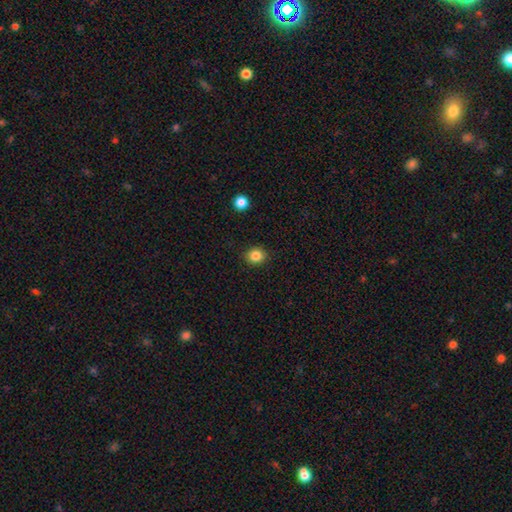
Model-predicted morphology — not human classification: Smooth or featured?
  - smooth: 84% *
  - star or artifact: 11%
  - featured or disk: 5%
How rounded?
  - round: 77% *
  - in between: 22%
  - cigar-shaped: 1%
Merging?
  - none: 90% *
  - minor disturbance: 7%
  - major disturbance: 2%
  - merger: 1%